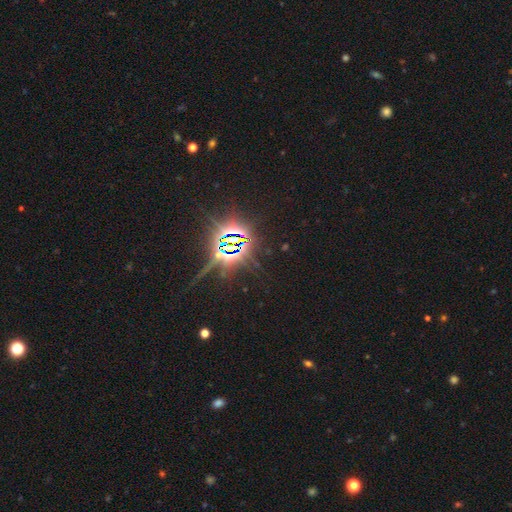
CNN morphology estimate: Smooth or featured? Predicted: star or artifact (p=0.85).